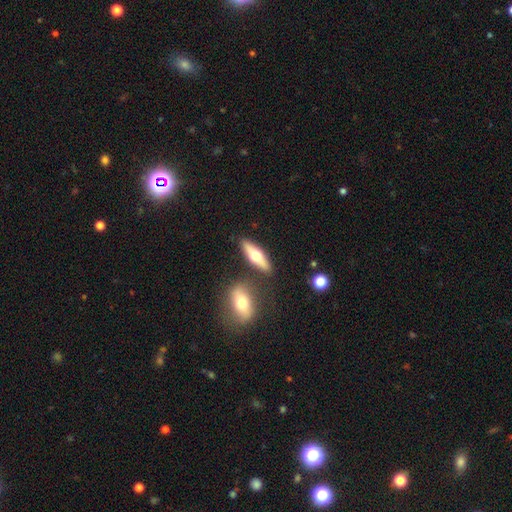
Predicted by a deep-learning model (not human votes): The model was most divided on "smooth or featured": featured or disk: 48%, smooth: 47%, star or artifact: 5%. More confident: merging — none (79%).